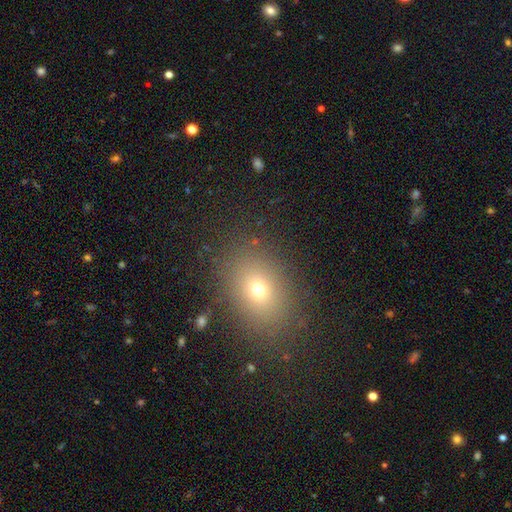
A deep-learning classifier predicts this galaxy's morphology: The model was most divided on "how rounded": in between: 59%, round: 39%, cigar-shaped: 2%. More confident: merging — none (88%); smooth or featured — smooth (66%).